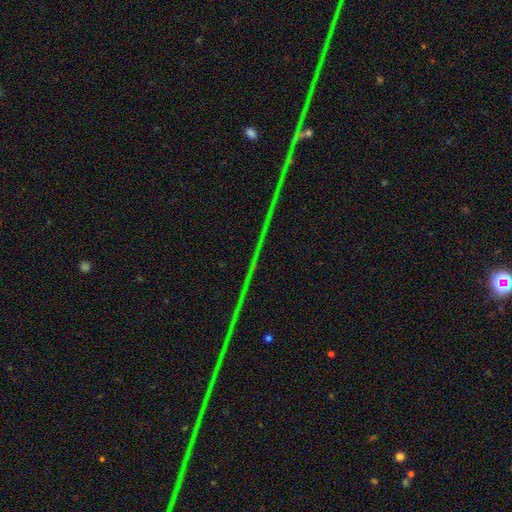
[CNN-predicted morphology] Smooth or featured?
  - star or artifact: 85% *
  - featured or disk: 10%
  - smooth: 6%